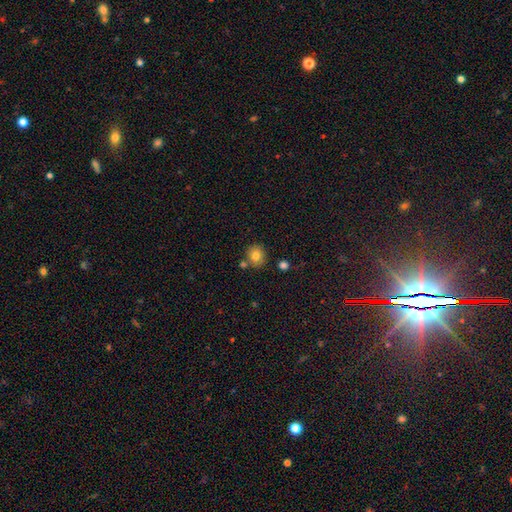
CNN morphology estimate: Overall: smooth (80%). How rounded: round (80%). Merging: none (77%).